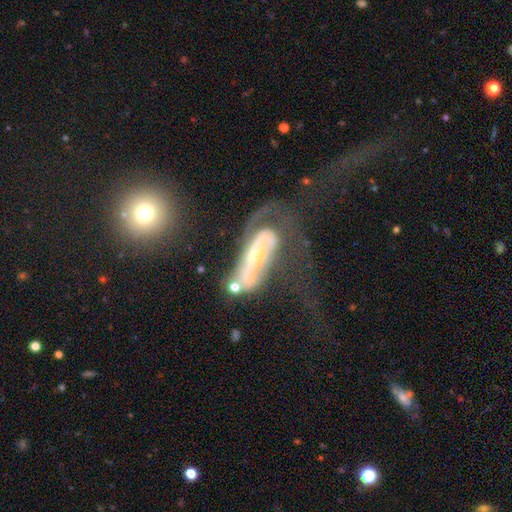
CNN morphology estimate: smooth_or_featured: featured or disk (p=0.75) [alt: smooth p=0.19]
disk_edge_on: no (p=0.84) [alt: yes p=0.16]
bar: no (p=0.43) [alt: weak p=0.31]
has_spiral_arms: yes (p=0.75) [alt: no p=0.25]
bulge_size: moderate (p=0.51) [alt: small p=0.35]
merging: major disturbance (p=0.50) [alt: none p=0.22]